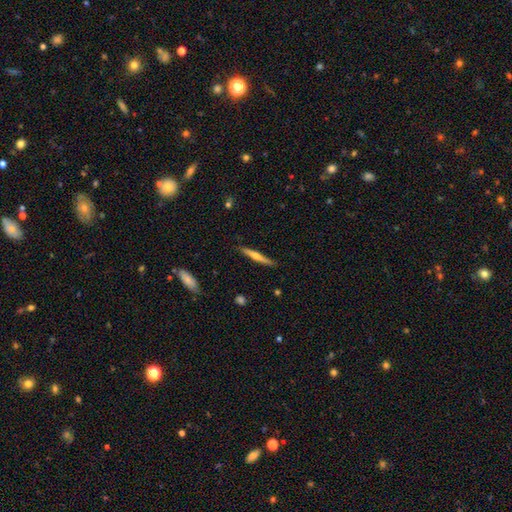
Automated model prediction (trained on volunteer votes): smooth_or_featured: featured or disk (p=0.57) [alt: smooth p=0.37]
disk_edge_on: yes (p=0.97) [alt: no p=0.03]
edge_on_bulge: rounded (p=0.78) [alt: none p=0.16]
merging: none (p=0.88) [alt: minor disturbance p=0.09]